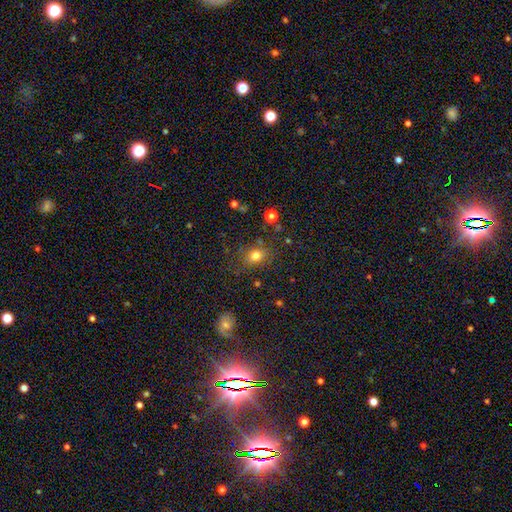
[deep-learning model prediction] A smooth galaxy with no disk features (77%) that is in between round and cigar-shaped (50%). Merging: none (77%).